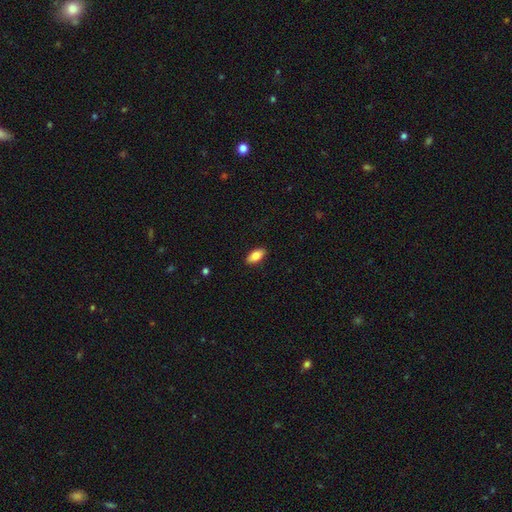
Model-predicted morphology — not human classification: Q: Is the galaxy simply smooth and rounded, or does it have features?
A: smooth — 84%.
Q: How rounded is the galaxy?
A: in between — 91%.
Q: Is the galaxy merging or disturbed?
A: none — 89%.